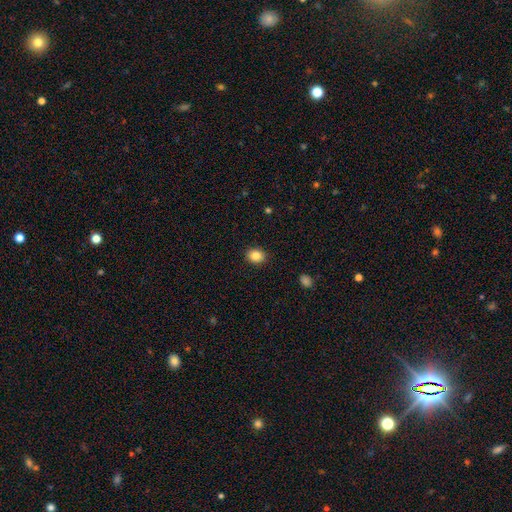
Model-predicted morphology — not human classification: Smooth or featured? Predicted: smooth (p=0.85). How rounded? Predicted: round (p=0.57). Merging? Predicted: none (p=0.90).